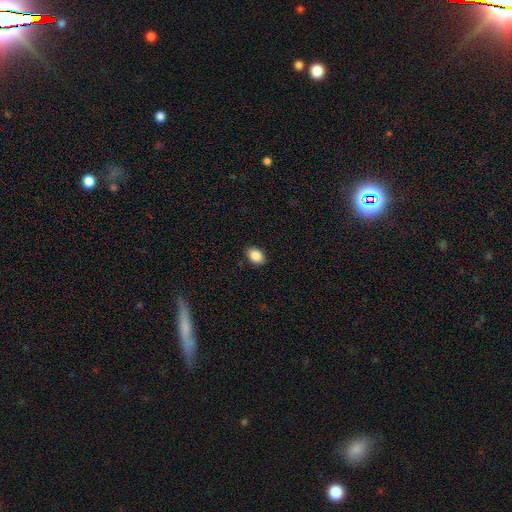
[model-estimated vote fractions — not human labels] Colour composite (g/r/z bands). It shows a smooth galaxy with no disk features (87%) that is in between round and cigar-shaped (81%). Merging: none (88%).